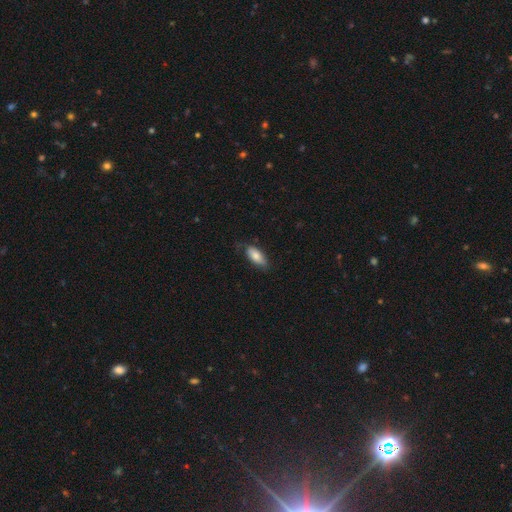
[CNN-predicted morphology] Smooth or featured? Predicted: smooth (p=0.77). How rounded? Predicted: in between (p=0.84). Merging? Predicted: none (p=0.65).